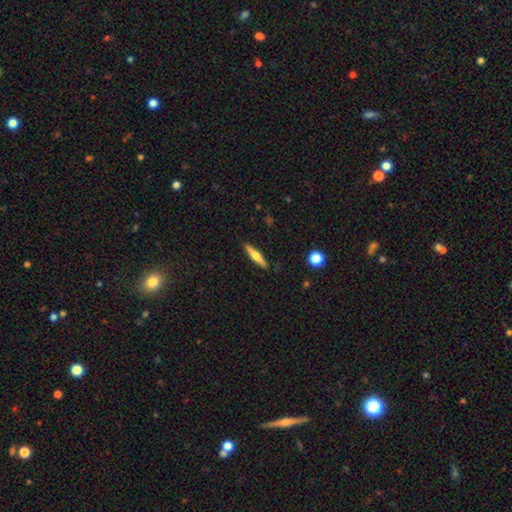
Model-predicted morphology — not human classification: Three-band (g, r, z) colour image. It shows a featured or disk galaxy (48%). Merging: none (90%).